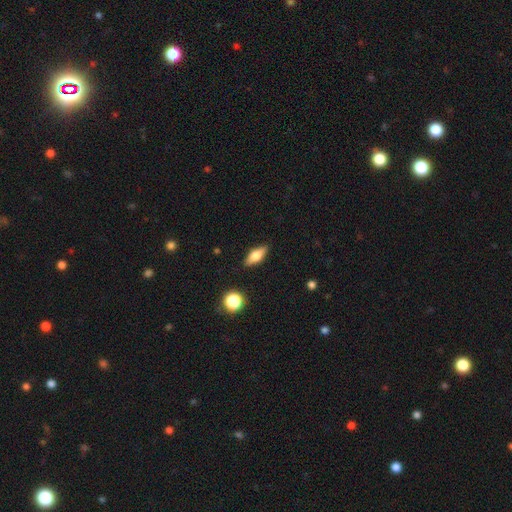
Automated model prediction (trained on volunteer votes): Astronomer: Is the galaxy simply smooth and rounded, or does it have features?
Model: smooth — 61%.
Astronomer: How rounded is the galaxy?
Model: in between — 69%.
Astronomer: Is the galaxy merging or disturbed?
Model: none — 87%.